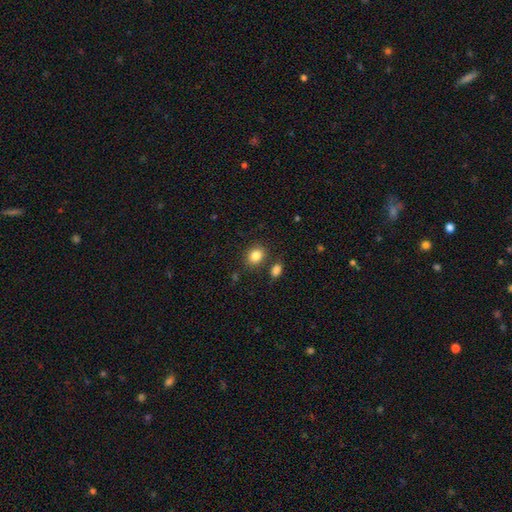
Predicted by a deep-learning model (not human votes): Smooth or featured? smooth (85%)
How rounded? round (52%)
Merging? none (78%)